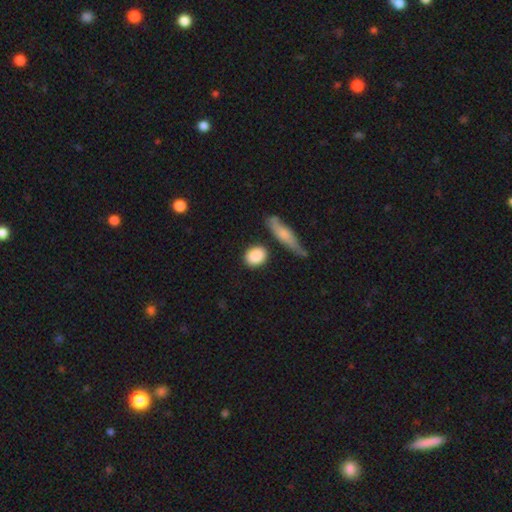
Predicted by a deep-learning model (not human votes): Smooth or featured? Predicted: smooth (p=0.87). How rounded? Predicted: round (p=0.50). Merging? Predicted: none (p=0.78).